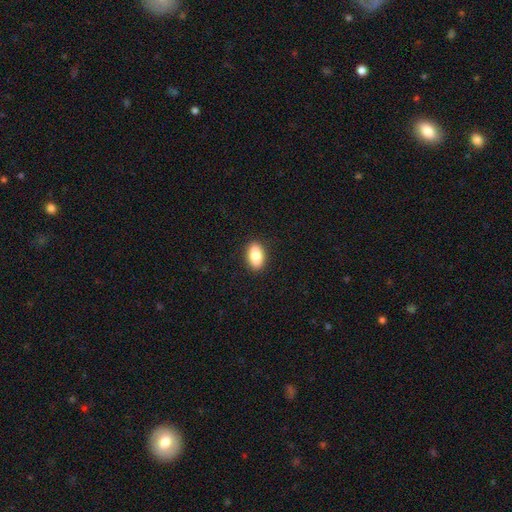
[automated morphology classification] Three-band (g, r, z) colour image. It shows a smooth galaxy with no disk features (84%) that is in between round and cigar-shaped (90%). Merging: none (90%).